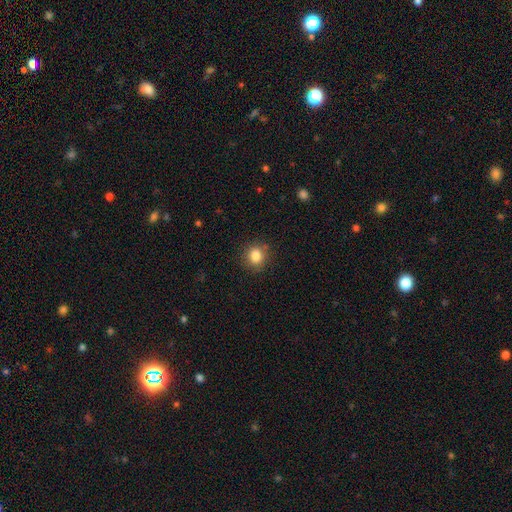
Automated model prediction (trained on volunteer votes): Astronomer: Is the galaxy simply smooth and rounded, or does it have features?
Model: smooth — 84%.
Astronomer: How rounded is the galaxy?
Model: round — 82%.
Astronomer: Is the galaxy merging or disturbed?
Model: none — 86%.